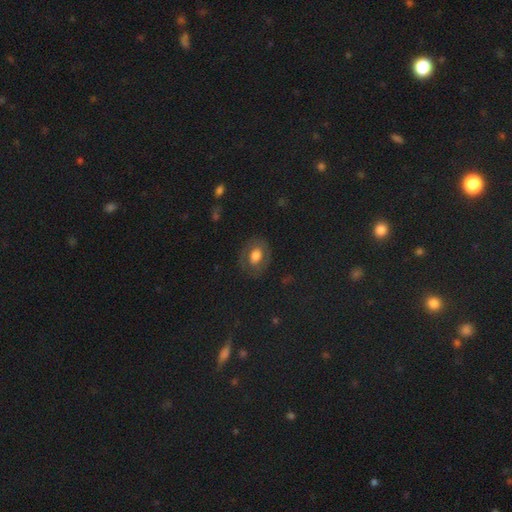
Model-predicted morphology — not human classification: smooth-or-featured: smooth: 61% | featured or disk: 29% | star or artifact: 10%
  how-rounded: in between: 68% | round: 30% | cigar-shaped: 1%
  merging: none: 79% | minor disturbance: 13% | major disturbance: 6% | merger: 1%